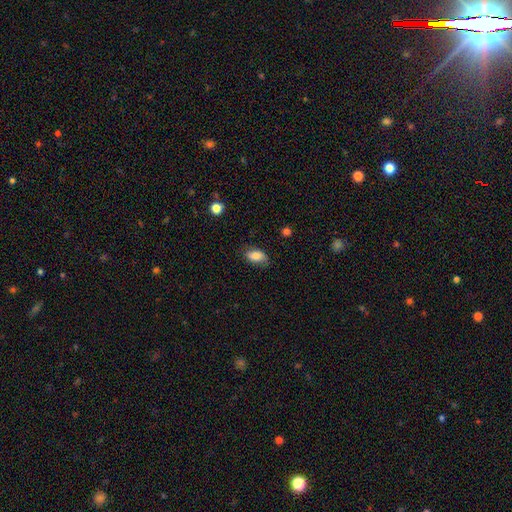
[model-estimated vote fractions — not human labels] A smooth galaxy with no disk features (79%) that is in between round and cigar-shaped (91%).

Vote fractions:
- Smooth or featured? smooth: 79% / featured or disk: 13% / star or artifact: 8%
- How rounded? in between: 91% / round: 7% / cigar-shaped: 2%
- Merging? none: 72% / minor disturbance: 22% / major disturbance: 5% / merger: 1%